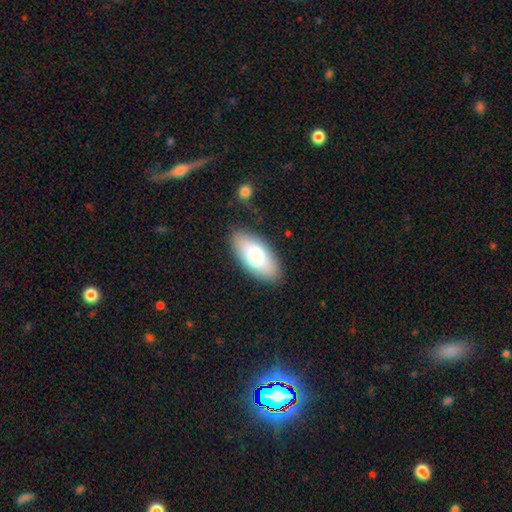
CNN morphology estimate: Smooth or featured: smooth — 71% (featured or disk — 22%)
How rounded: in between — 90% (cigar-shaped — 7%)
Merging: none — 85% (minor disturbance — 11%)